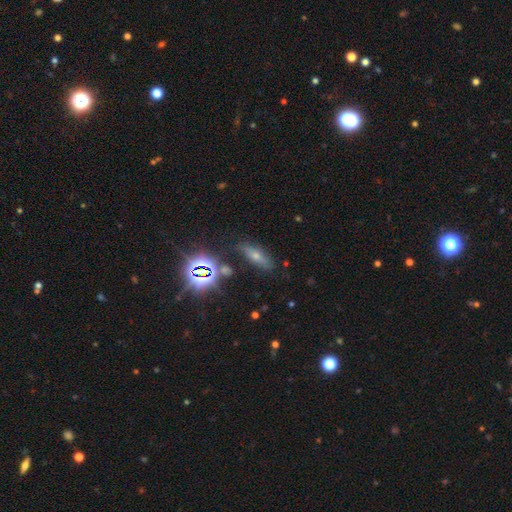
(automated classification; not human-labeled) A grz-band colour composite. It shows a star or artifact, not a galaxy (44%).